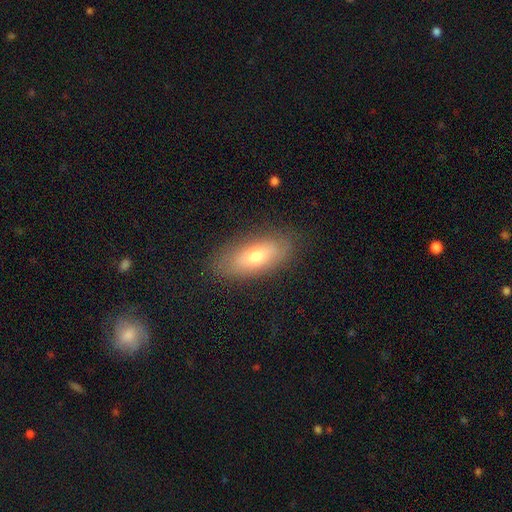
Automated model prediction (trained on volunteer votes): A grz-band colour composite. It shows a smooth galaxy with no disk features (69%) that is in between round and cigar-shaped (82%). Merging: none (82%).